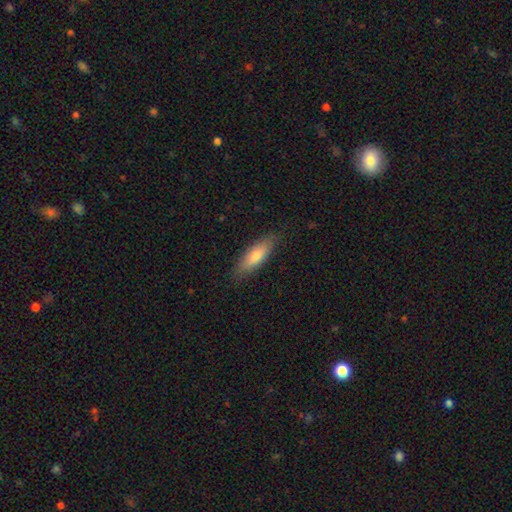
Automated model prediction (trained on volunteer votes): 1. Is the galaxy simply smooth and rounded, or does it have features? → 71% smooth, 23% featured or disk, 6% star or artifact.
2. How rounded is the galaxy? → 54% cigar-shaped, 44% in between, 2% round.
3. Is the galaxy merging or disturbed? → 85% none, 12% minor disturbance, 2% major disturbance, 1% merger.